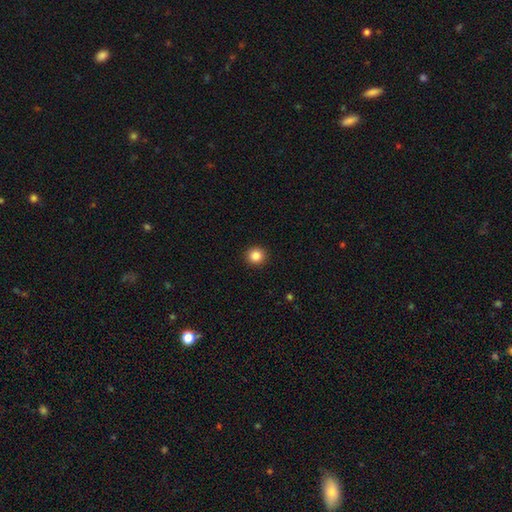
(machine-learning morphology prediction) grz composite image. It shows a smooth galaxy with no disk features (86%) that is round (92%). Merging: none (93%).